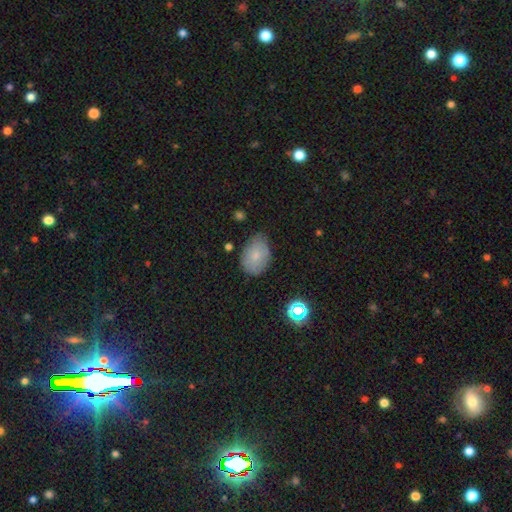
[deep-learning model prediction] Smooth or featured: smooth — 75% (featured or disk — 15%)
How rounded: in between — 79% (round — 20%)
Merging: none — 64% (minor disturbance — 28%)